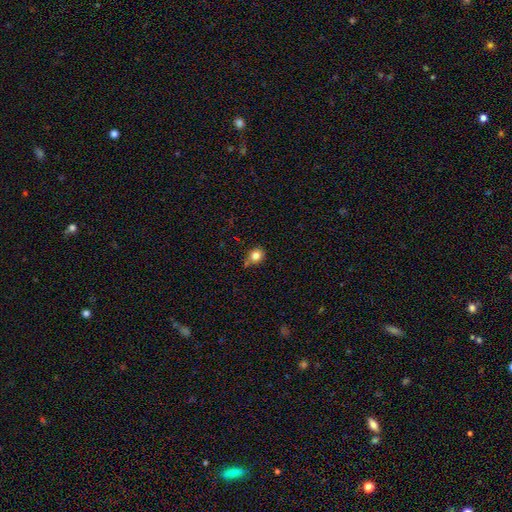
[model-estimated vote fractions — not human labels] This is clearly a smooth galaxy (83%). How rounded: likely round (74%). Merging: likely none (62%).